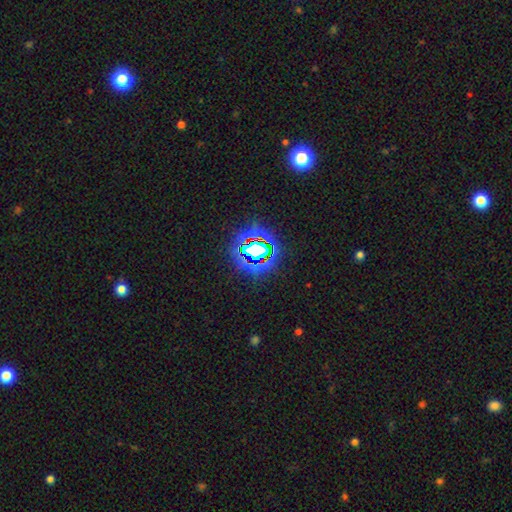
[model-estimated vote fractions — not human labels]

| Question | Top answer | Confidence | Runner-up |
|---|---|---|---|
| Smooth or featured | star or artifact | 80% | smooth (13%) |